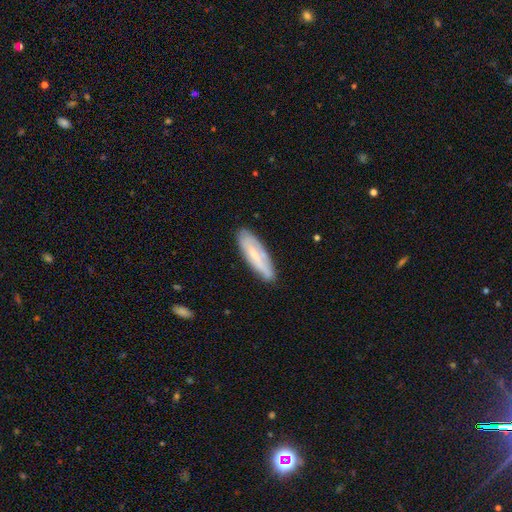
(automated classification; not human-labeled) A smooth galaxy with no disk features (53%) that is cigar-shaped (52%). Merging: none (77%).